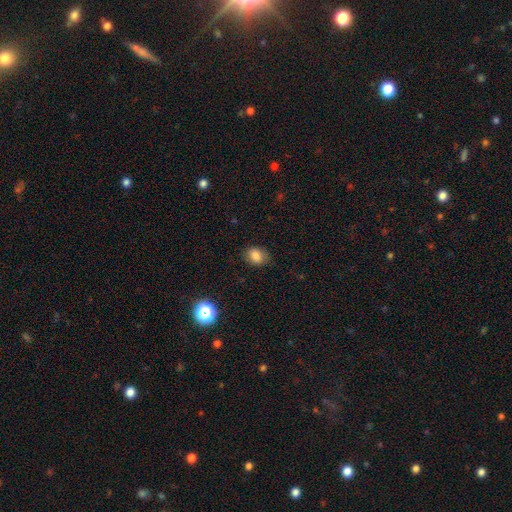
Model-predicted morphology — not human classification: type=smooth (83%); roundness=in between (64%); merging=none (78%).